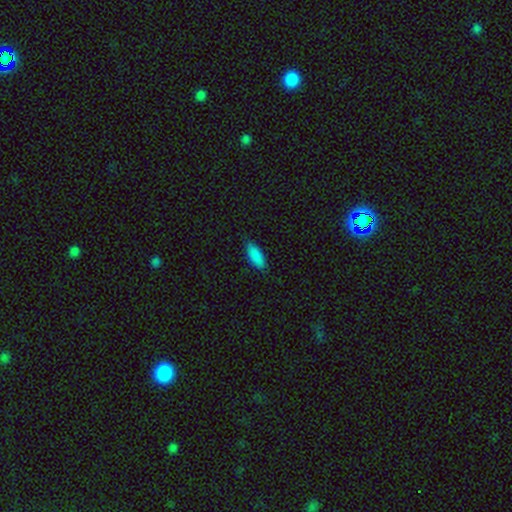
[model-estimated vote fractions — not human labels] Smooth or featured? smooth (89%)
How rounded? in between (75%)
Merging? none (82%)